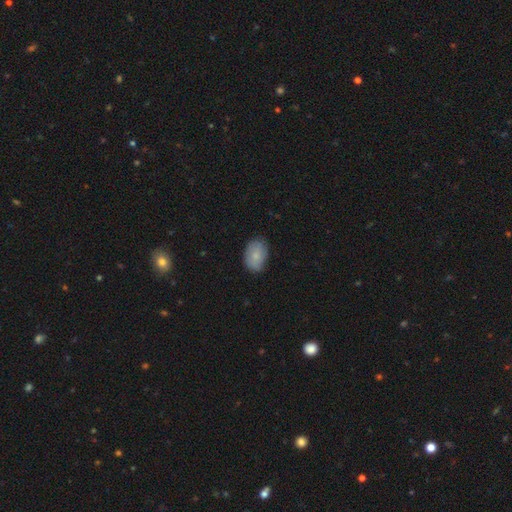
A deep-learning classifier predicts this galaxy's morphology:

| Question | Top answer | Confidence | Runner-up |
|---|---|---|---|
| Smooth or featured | smooth | 80% | featured or disk (14%) |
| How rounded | in between | 84% | round (15%) |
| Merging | none | 78% | minor disturbance (18%) |